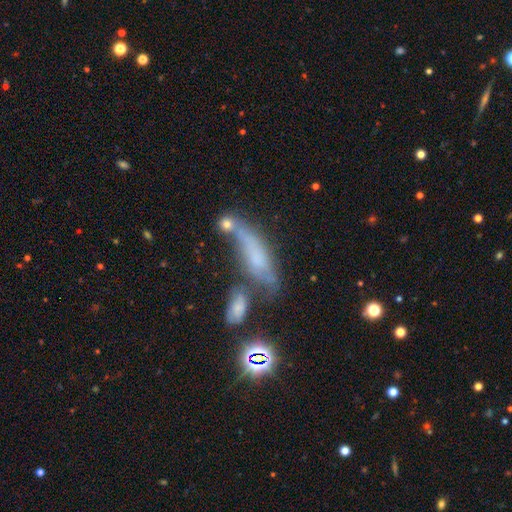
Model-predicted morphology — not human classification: Overall: smooth (48%; featured or disk 37%). Merging: none (33%; merger 29%).